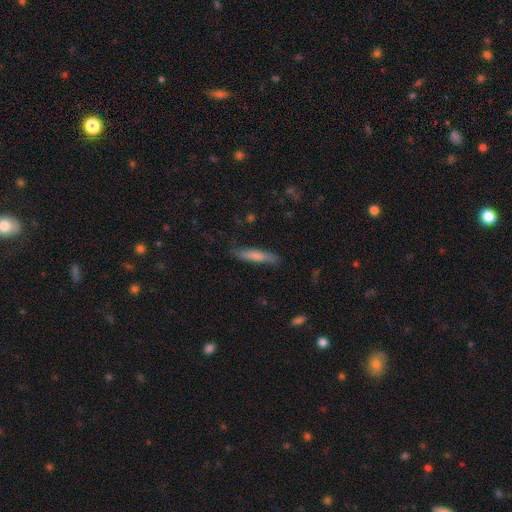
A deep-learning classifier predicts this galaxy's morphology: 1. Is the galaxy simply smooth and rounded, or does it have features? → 74% smooth, 20% featured or disk, 6% star or artifact.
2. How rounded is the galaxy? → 88% cigar-shaped, 11% in between, 1% round.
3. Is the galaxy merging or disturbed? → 80% none, 15% minor disturbance, 3% major disturbance, 2% merger.